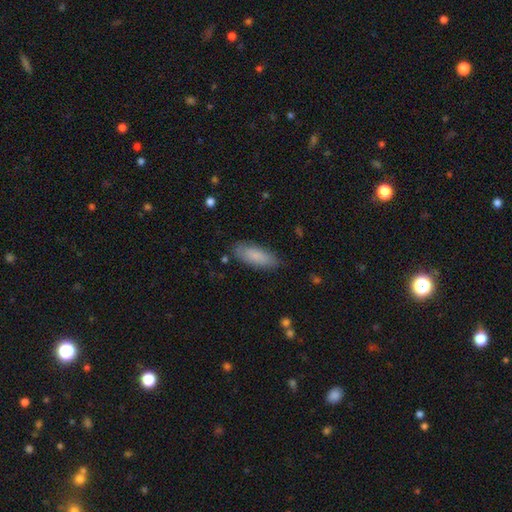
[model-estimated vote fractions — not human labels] This is clearly a smooth galaxy (84%). How rounded: likely in between (69%). Merging: clearly none (82%).